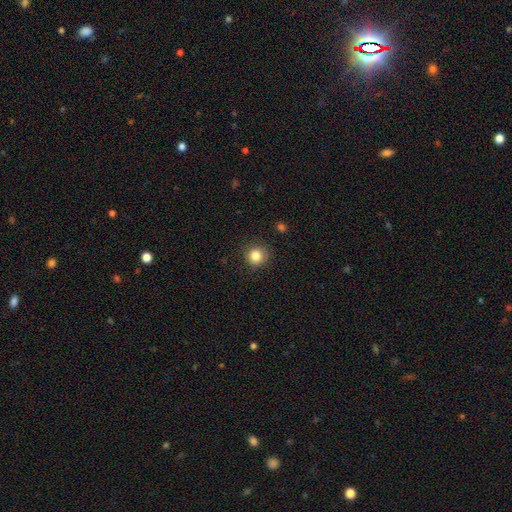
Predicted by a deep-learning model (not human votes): Q: Smooth or featured?
A: smooth (84%); runner-up: star or artifact (11%)
Q: How rounded?
A: round (90%); runner-up: in between (9%)
Q: Merging?
A: none (87%); runner-up: minor disturbance (9%)